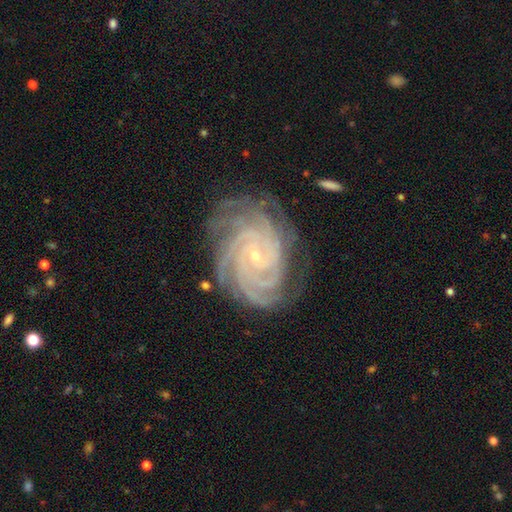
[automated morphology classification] Overall: featured or disk (92%). Edge-on disk: no (98%). Bar: no (60%; weak 27%). Spiral arms: yes (99%). Spiral arm count: 4 (30%; more than 4 28%). Spiral winding: tight (83%). Bulge size: small (83%). Merging: none (78%).